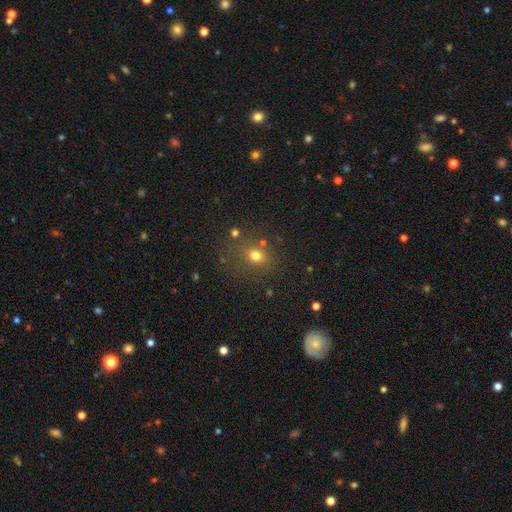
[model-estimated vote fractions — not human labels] Smooth or featured?
  - smooth: 71% *
  - star or artifact: 20%
  - featured or disk: 9%
How rounded?
  - round: 68% *
  - in between: 31%
  - cigar-shaped: 1%
Merging?
  - none: 74% *
  - minor disturbance: 13%
  - merger: 7%
  - major disturbance: 6%